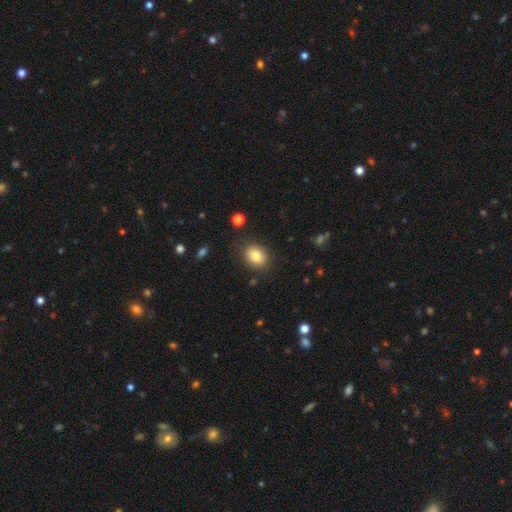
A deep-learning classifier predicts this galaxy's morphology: The model was most divided on "how rounded": in between: 67%, round: 32%, cigar-shaped: 1%. More confident: merging — none (85%); smooth or featured — smooth (84%).